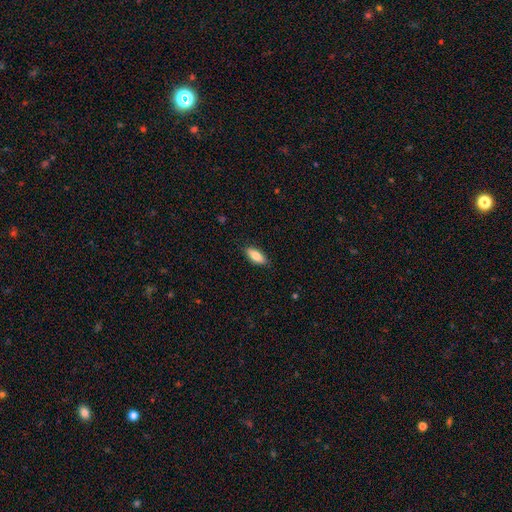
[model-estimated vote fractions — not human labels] Smooth or featured? Predicted: smooth (p=0.82). How rounded? Predicted: in between (p=0.76). Merging? Predicted: none (p=0.87).